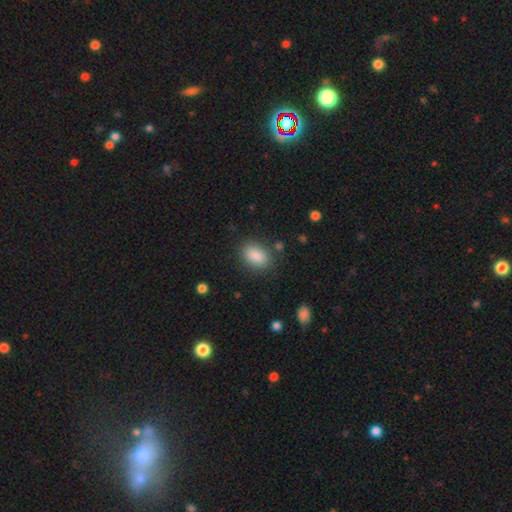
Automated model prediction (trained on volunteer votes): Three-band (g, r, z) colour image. It shows a smooth galaxy with no disk features (88%) that is in between round and cigar-shaped (84%). Merging: none (81%).